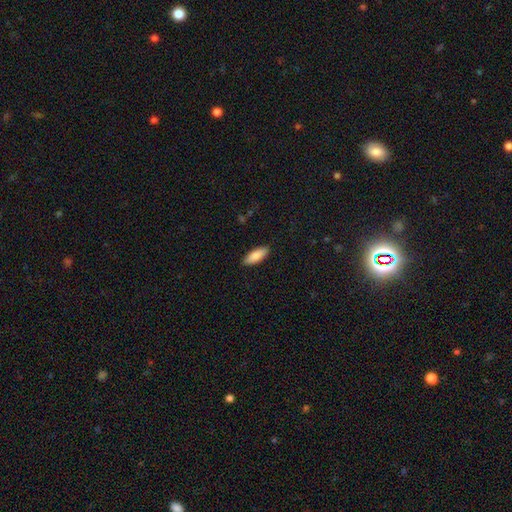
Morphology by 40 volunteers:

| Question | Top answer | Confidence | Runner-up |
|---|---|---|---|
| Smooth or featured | smooth | 92% | featured or disk (5%) |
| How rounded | in between | 68% | cigar-shaped (30%) |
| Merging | none | 95% | minor disturbance (3%) |